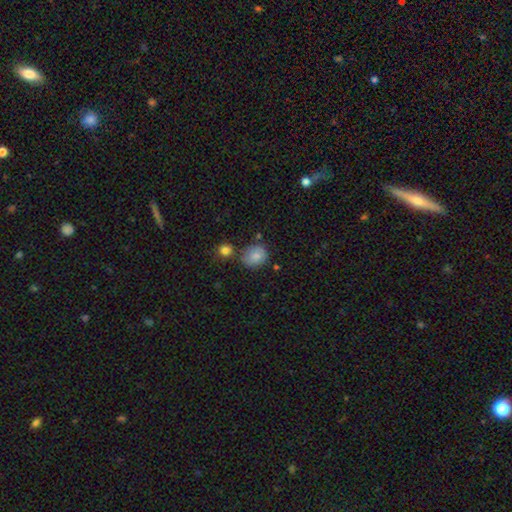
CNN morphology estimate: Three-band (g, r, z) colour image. It shows a smooth galaxy with no disk features (82%) that is round (71%). Merging: none (68%).